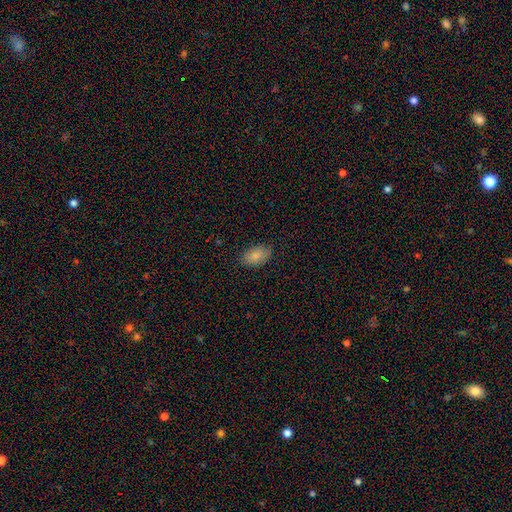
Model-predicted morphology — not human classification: This appears to be a smooth galaxy with no disk features (86%) that is in between round and cigar-shaped (92%). Merging: none (84%).